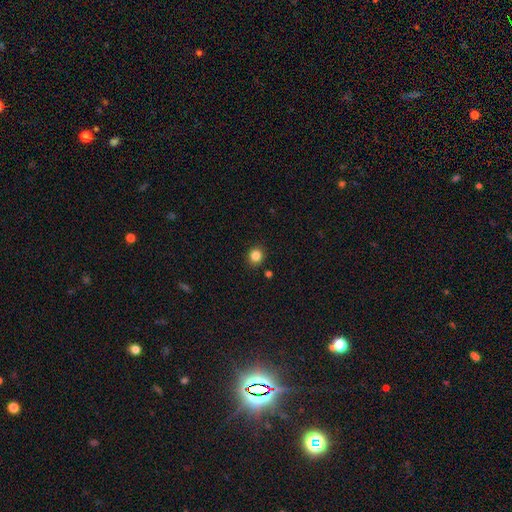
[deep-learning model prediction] This is clearly a smooth galaxy (84%). How rounded: clearly round (82%). Merging: clearly none (90%).